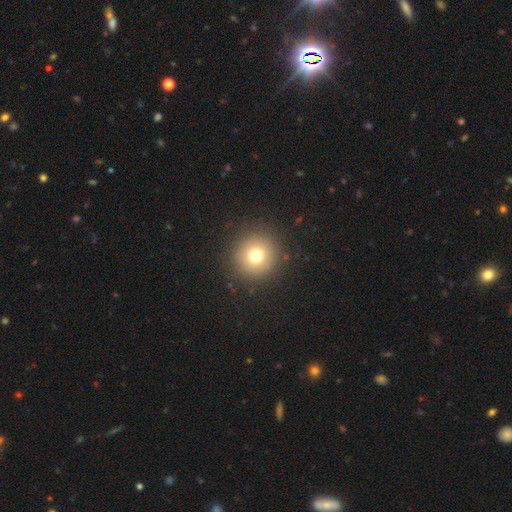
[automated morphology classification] Smooth or featured?
  - smooth: 73% *
  - star or artifact: 15%
  - featured or disk: 12%
How rounded?
  - round: 95% *
  - in between: 4%
  - cigar-shaped: 1%
Merging?
  - none: 89% *
  - minor disturbance: 6%
  - major disturbance: 3%
  - merger: 1%